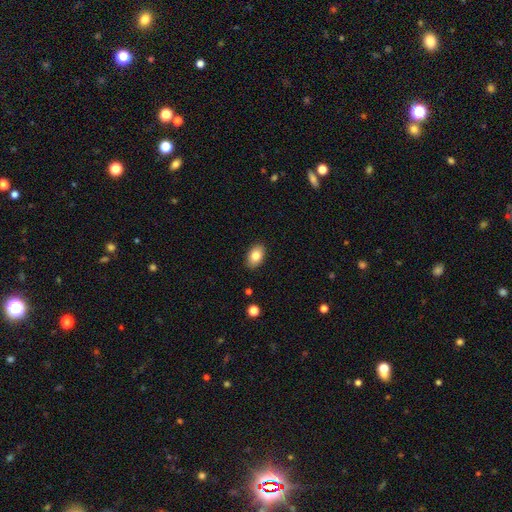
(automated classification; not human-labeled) Smooth or featured? Predicted: smooth (p=0.81). How rounded? Predicted: in between (p=0.87). Merging? Predicted: none (p=0.88).